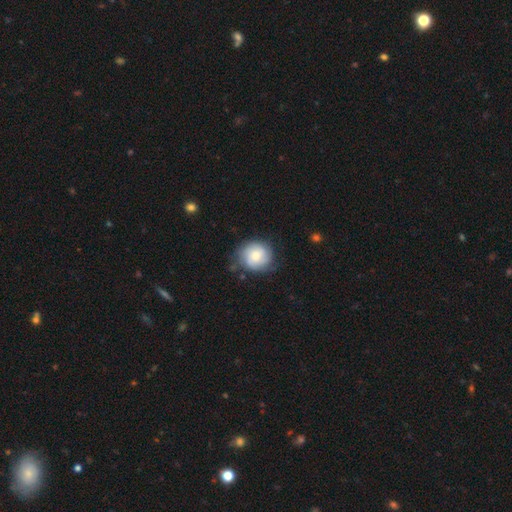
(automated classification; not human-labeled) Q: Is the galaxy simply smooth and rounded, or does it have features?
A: smooth — 52%.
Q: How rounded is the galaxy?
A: round — 80%.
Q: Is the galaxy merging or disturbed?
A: none — 68%.